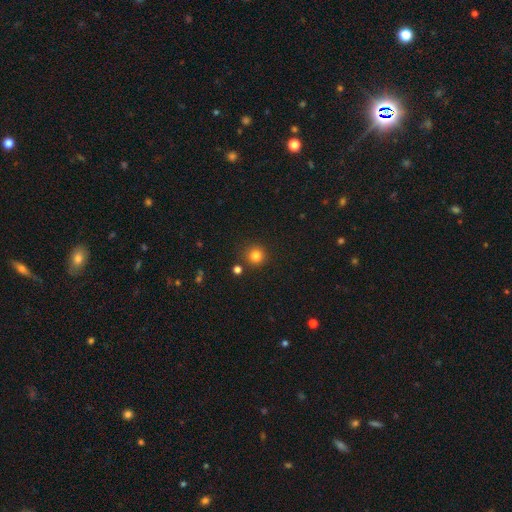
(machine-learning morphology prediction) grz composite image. It shows a smooth galaxy with no disk features (82%) that is round (94%). Merging: none (86%).